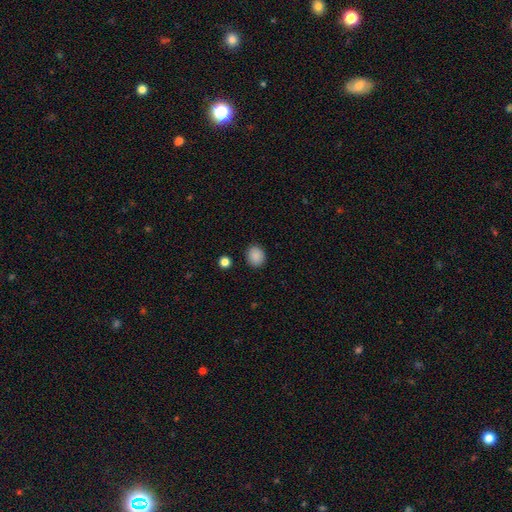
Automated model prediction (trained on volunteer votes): smooth 89%, star or artifact 9%, featured or disk 3%. Down the decision tree: how rounded — round (63%); merging — none (89%).